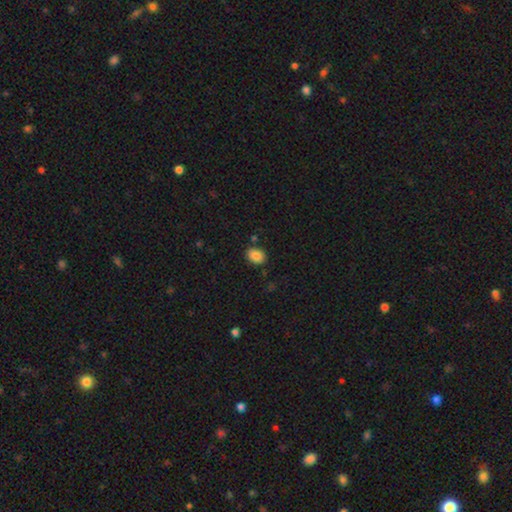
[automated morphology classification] This is clearly a smooth galaxy (87%). How rounded: likely in between (72%). Merging: clearly none (83%).